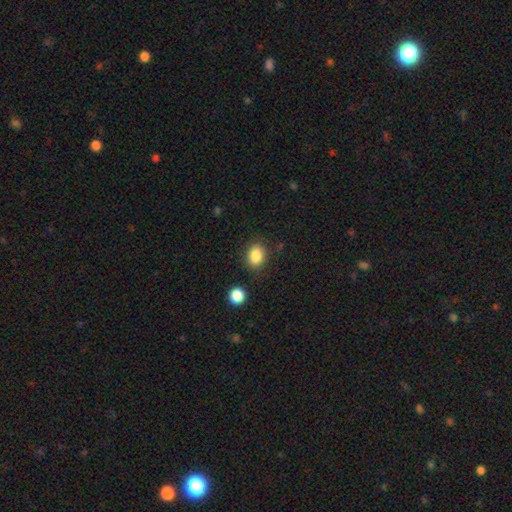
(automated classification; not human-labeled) Smooth or featured?
  - smooth: 86% *
  - star or artifact: 10%
  - featured or disk: 4%
How rounded?
  - in between: 56% *
  - round: 43%
  - cigar-shaped: 1%
Merging?
  - none: 83% *
  - minor disturbance: 11%
  - major disturbance: 3%
  - merger: 3%